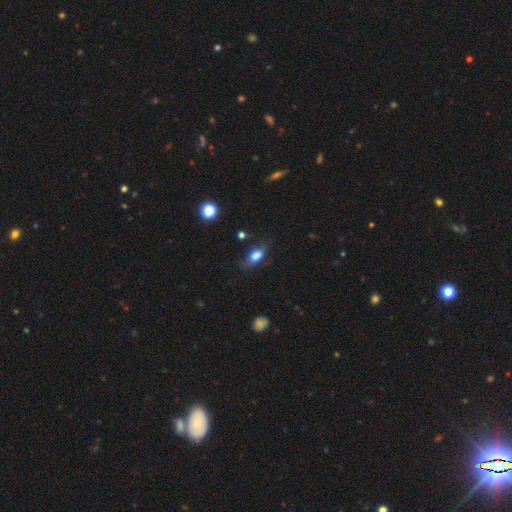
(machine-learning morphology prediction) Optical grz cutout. It shows a smooth galaxy with no disk features (77%) that is in between round and cigar-shaped (83%). Merging: none (66%).